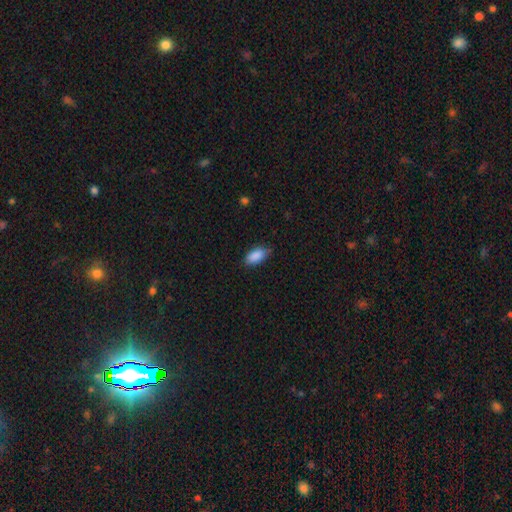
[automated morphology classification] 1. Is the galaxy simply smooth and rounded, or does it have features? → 89% smooth, 7% star or artifact, 5% featured or disk.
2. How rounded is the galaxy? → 91% in between, 6% cigar-shaped, 3% round.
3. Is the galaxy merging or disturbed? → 76% none, 20% minor disturbance, 3% major disturbance, 1% merger.